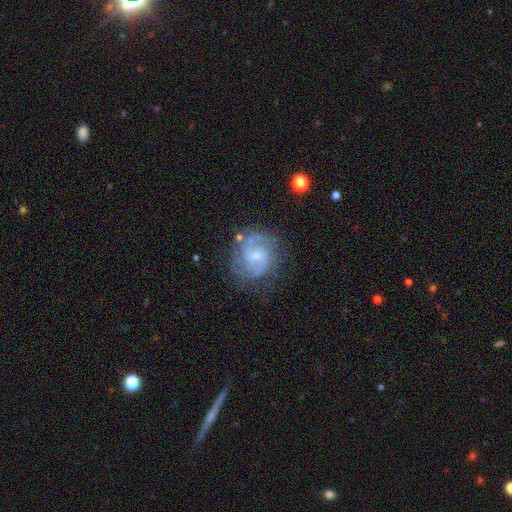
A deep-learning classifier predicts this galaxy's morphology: Smooth or featured? Predicted: featured or disk (p=0.79). Edge-on disk? Predicted: no (p=0.98). Bar? Predicted: weak (p=0.47). Spiral arms? Predicted: yes (p=0.93). Spiral winding? Predicted: tight (p=0.45). Spiral arm count? Predicted: 2 (p=0.58). Bulge size? Predicted: small (p=0.64). Merging? Predicted: none (p=0.72).